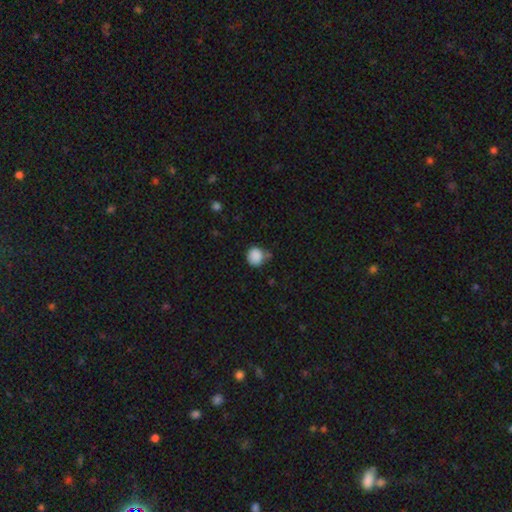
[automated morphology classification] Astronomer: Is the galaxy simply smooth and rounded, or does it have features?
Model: smooth — 87%.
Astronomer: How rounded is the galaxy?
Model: round — 86%.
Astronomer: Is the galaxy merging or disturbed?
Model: none — 62%.